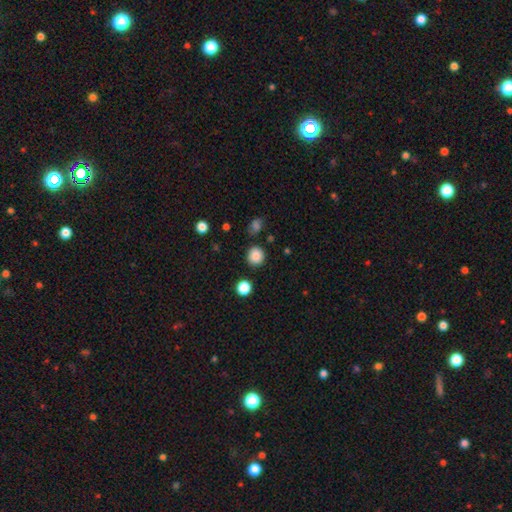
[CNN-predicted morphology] smooth-or-featured: smooth: 86% | star or artifact: 10% | featured or disk: 4%
  how-rounded: round: 88% | in between: 11% | cigar-shaped: 1%
  merging: none: 87% | minor disturbance: 8% | merger: 3% | major disturbance: 3%